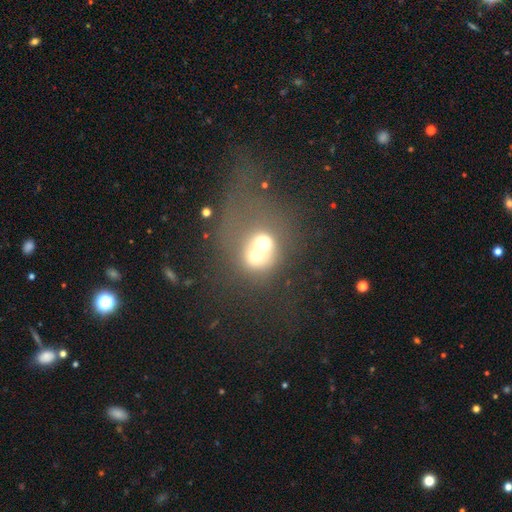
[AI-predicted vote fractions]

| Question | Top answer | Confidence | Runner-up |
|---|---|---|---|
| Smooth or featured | smooth | 59% | featured or disk (26%) |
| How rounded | round | 74% | in between (25%) |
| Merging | merger | 70% | none (17%) |